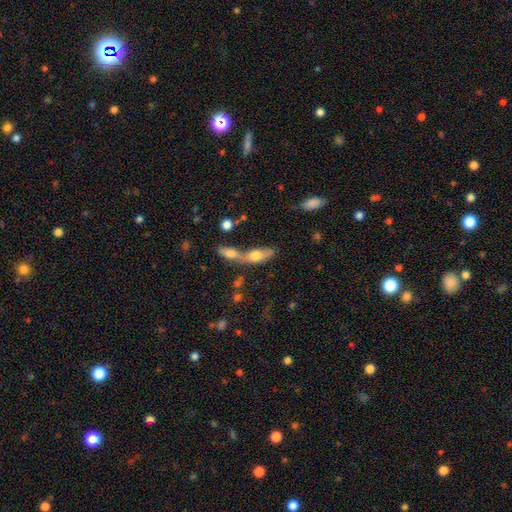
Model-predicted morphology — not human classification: Overall: smooth (62%; featured or disk 28%). How rounded: in between (65%; cigar-shaped 28%). Merging: merger (65%).